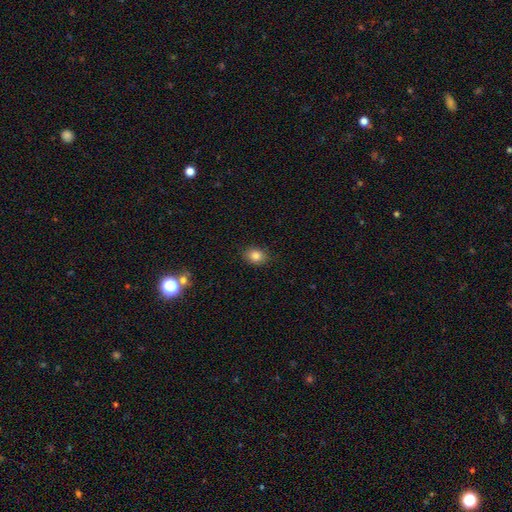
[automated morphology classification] smooth-or-featured: smooth: 82% | star or artifact: 11% | featured or disk: 7%
  how-rounded: in between: 55% | round: 44% | cigar-shaped: 1%
  merging: none: 87% | minor disturbance: 10% | major disturbance: 2% | merger: 1%